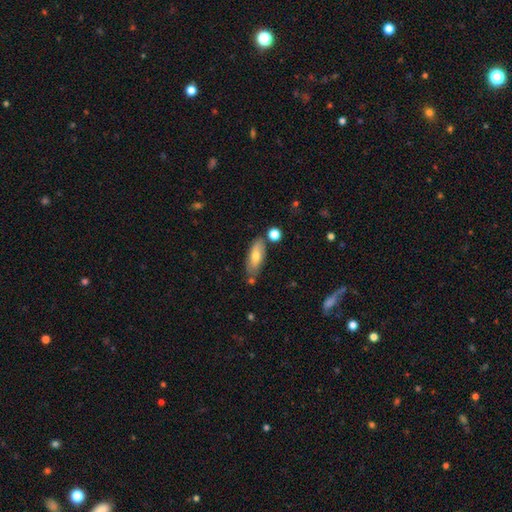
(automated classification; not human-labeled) Smooth or featured? smooth (69%)
How rounded? in between (66%)
Merging? none (75%)